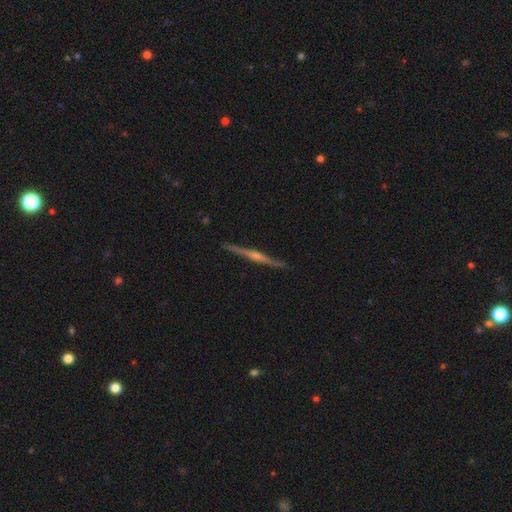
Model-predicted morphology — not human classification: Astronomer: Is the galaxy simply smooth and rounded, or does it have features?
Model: featured or disk — 80%.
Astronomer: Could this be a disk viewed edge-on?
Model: yes — 98%.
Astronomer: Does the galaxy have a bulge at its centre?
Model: rounded — 82%.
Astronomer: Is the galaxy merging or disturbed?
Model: none — 90%.